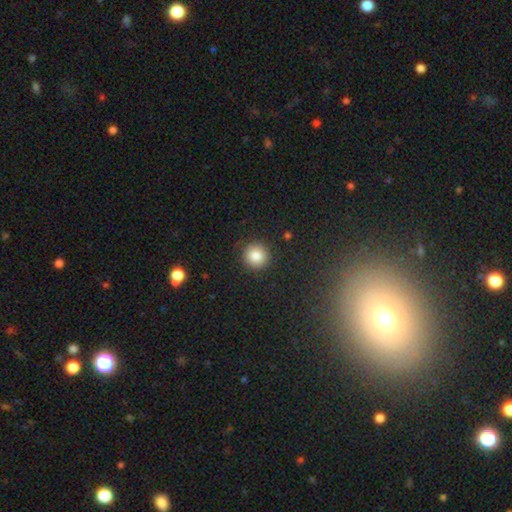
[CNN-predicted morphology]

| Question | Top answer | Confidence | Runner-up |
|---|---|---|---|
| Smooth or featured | smooth | 85% | star or artifact (10%) |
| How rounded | round | 94% | in between (5%) |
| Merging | none | 90% | minor disturbance (6%) |